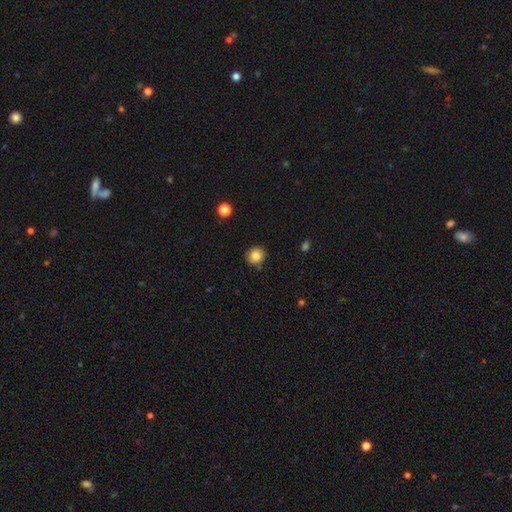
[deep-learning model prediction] This is clearly a smooth galaxy (83%). How rounded: clearly round (86%). Merging: clearly none (86%).